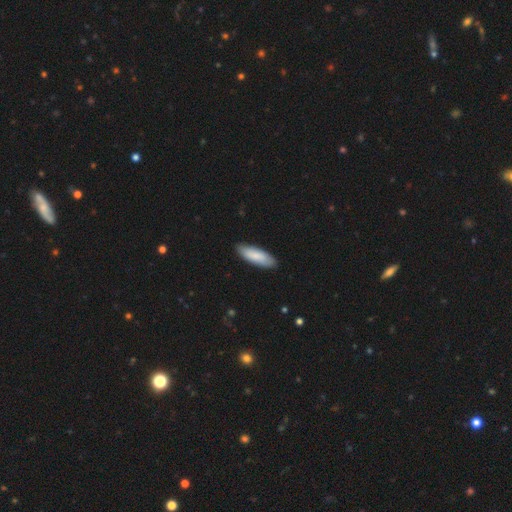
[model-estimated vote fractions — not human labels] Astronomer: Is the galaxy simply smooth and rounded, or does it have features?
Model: smooth — 83%.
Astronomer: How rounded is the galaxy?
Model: in between — 58% (runner-up: cigar-shaped, 40%).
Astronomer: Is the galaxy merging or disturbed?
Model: none — 86%.